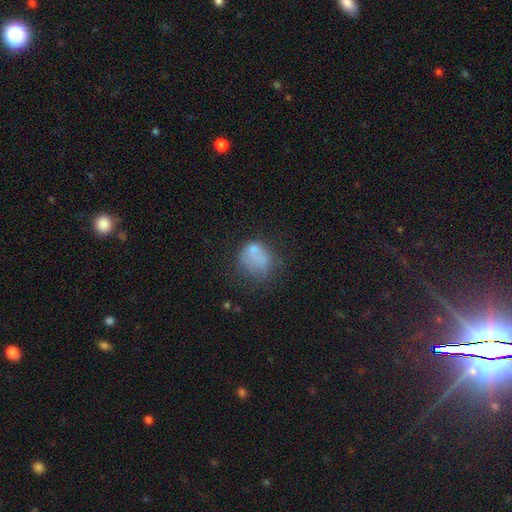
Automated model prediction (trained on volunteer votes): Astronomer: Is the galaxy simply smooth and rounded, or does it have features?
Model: smooth — 64%.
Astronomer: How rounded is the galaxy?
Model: round — 54% (runner-up: in between, 45%).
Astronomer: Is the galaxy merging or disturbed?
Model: none — 36% (runner-up: major disturbance, 29%).